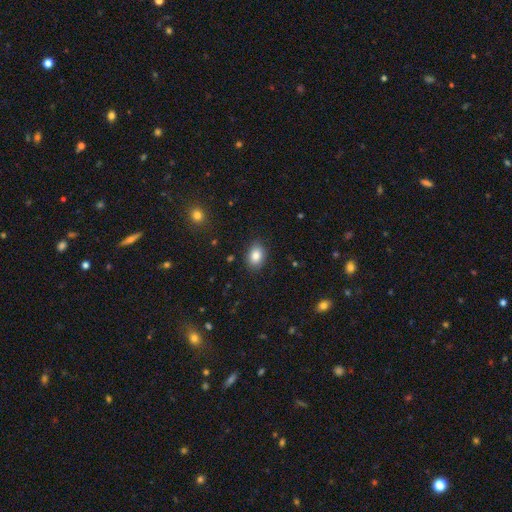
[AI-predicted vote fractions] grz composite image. It shows a smooth galaxy with no disk features (84%) that is in between round and cigar-shaped (77%). Merging: none (86%).